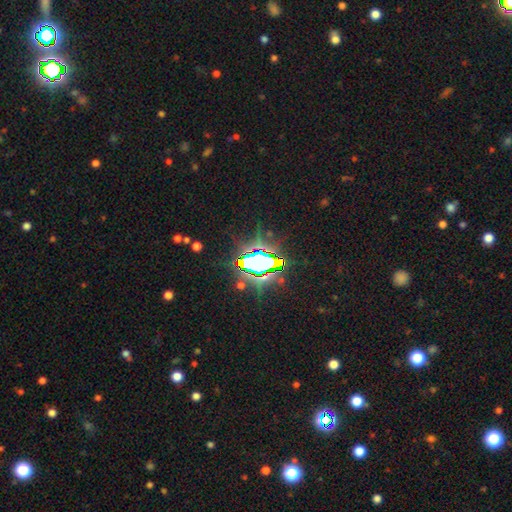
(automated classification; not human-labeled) This appears to be a star or artifact, not a galaxy (73%).